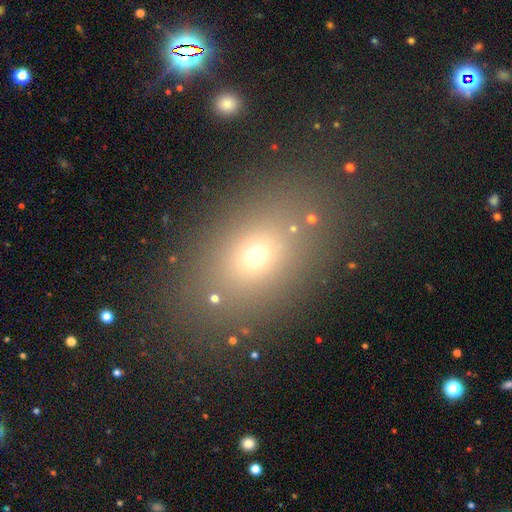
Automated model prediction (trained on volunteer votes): Q: Smooth or featured?
A: smooth (65%); runner-up: star or artifact (22%)
Q: How rounded?
A: in between (68%); runner-up: round (30%)
Q: Merging?
A: none (81%); runner-up: minor disturbance (10%)